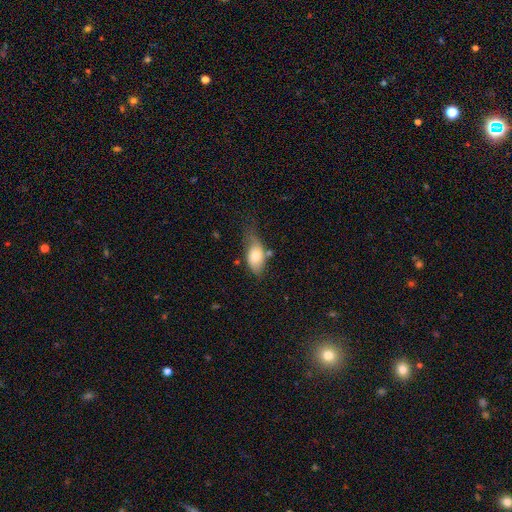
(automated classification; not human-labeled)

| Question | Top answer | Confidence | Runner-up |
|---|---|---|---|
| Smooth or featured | smooth | 68% | featured or disk (25%) |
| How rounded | in between | 89% | round (7%) |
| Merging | none | 43% | minor disturbance (35%) |